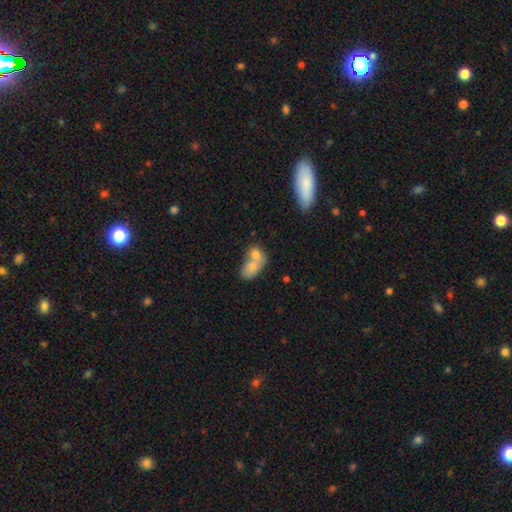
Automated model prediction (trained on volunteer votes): Morphology: type=smooth (74%); roundness=in between (71%); merging=merger (68%).